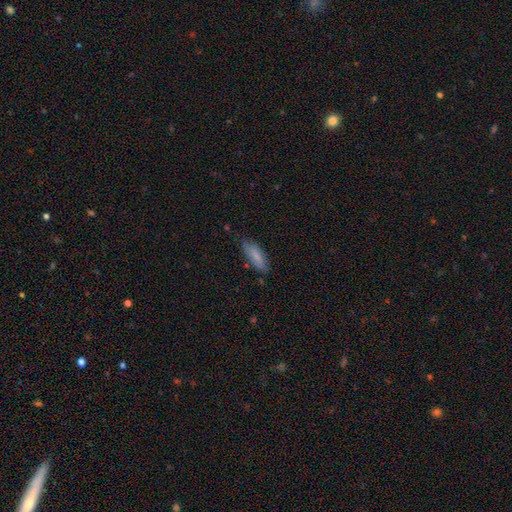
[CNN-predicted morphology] A smooth galaxy with no disk features (80%) that is in between round and cigar-shaped (61%).

Vote fractions:
- Smooth or featured? smooth: 80% / featured or disk: 14% / star or artifact: 6%
- How rounded? in between: 61% / cigar-shaped: 38% / round: 2%
- Merging? none: 72% / minor disturbance: 22% / major disturbance: 4% / merger: 2%